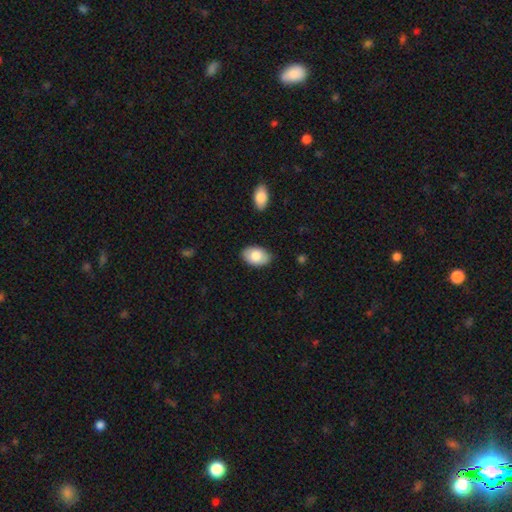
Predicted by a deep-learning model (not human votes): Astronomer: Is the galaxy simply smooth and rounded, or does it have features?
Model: smooth — 78%.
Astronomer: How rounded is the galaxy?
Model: in between — 91%.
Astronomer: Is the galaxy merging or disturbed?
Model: none — 83%.